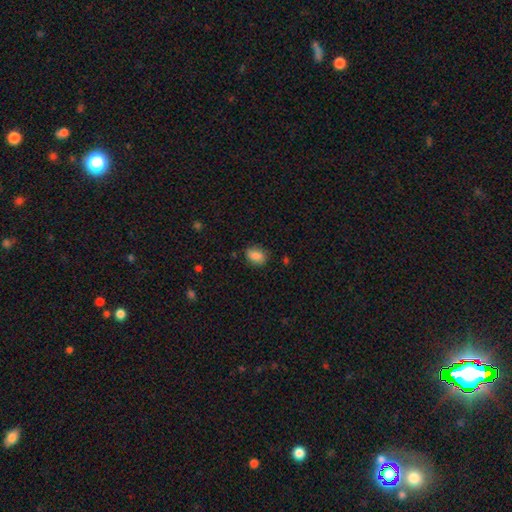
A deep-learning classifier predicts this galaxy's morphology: Smooth or featured? Predicted: smooth (p=0.85). How rounded? Predicted: in between (p=0.75). Merging? Predicted: none (p=0.82).